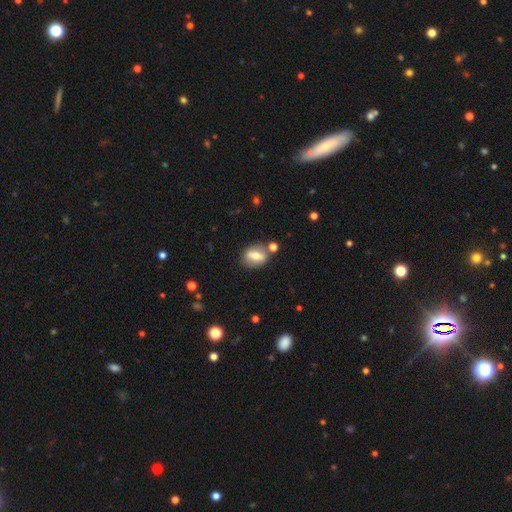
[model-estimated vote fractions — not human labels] This is possibly a smooth galaxy (55%). How rounded: likely in between (64%). Merging: likely none (71%).